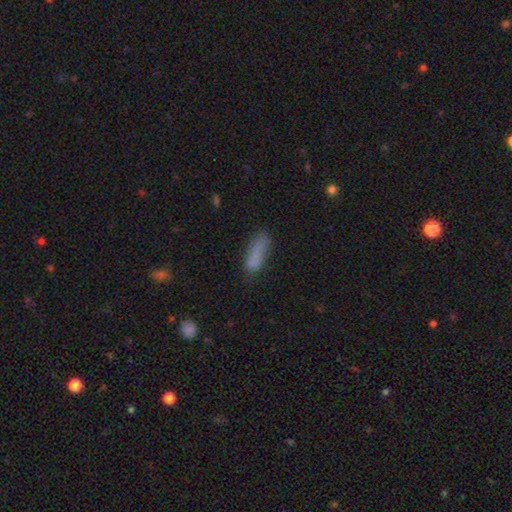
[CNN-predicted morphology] This appears to be a smooth galaxy with no disk features (78%) that is cigar-shaped (55%). Merging: none (53%).